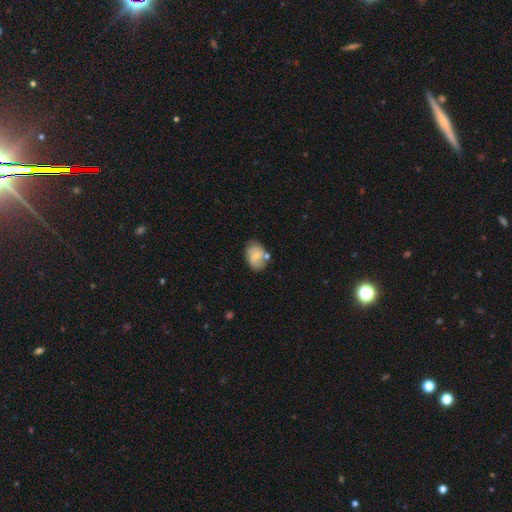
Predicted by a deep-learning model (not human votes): smooth_or_featured: smooth (p=0.50) [alt: featured or disk p=0.42]
how_rounded: in between (p=0.75) [alt: round p=0.24]
merging: none (p=0.61) [alt: minor disturbance p=0.22]